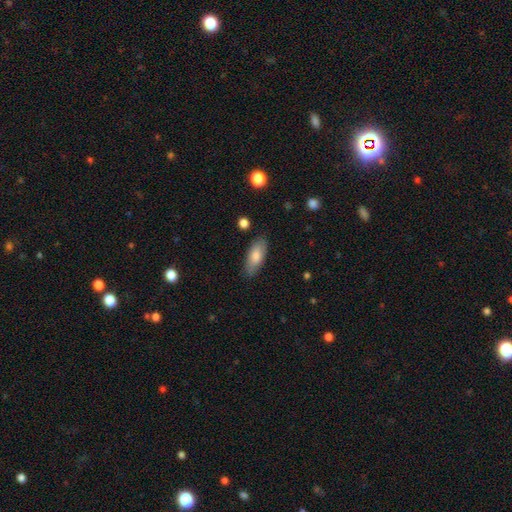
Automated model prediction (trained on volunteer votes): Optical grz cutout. It shows a smooth galaxy with no disk features (75%) that is in between round and cigar-shaped (80%). Merging: none (84%).